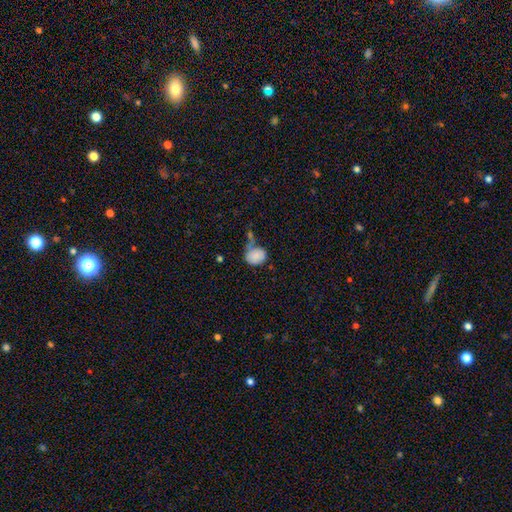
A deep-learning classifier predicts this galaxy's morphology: This is clearly a smooth galaxy (84%). How rounded: possibly round (54%). Merging: marginally none (44%).